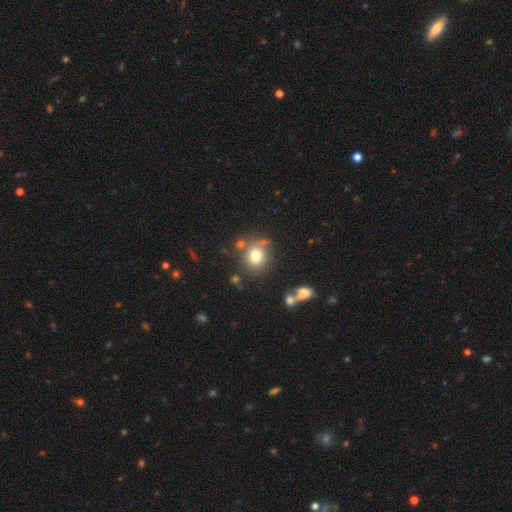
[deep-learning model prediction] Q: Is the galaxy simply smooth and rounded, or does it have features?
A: smooth — 77%.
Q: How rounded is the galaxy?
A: round — 85%.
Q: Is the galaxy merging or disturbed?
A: none — 73%.